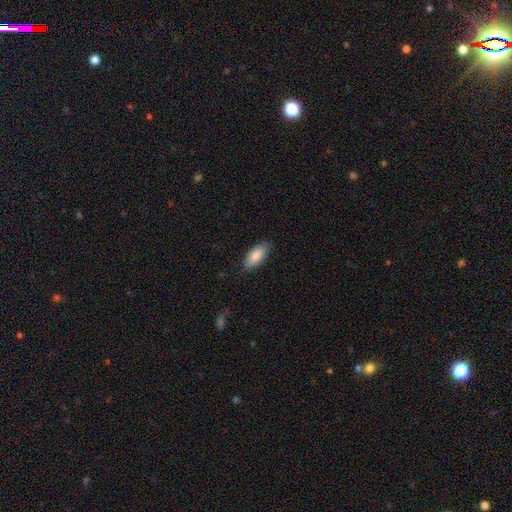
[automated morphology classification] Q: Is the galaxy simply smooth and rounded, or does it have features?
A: smooth — 85%.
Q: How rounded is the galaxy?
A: in between — 85%.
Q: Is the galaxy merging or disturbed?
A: none — 84%.